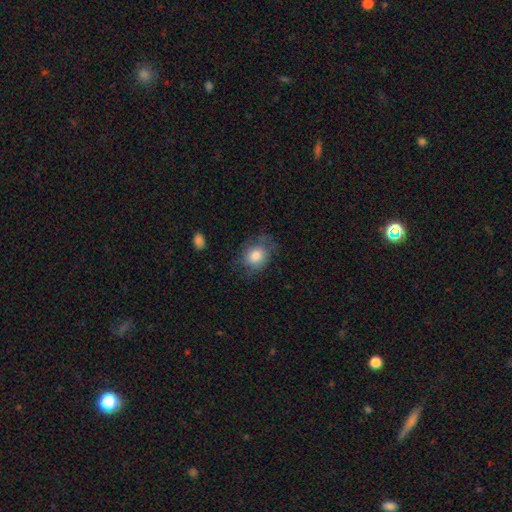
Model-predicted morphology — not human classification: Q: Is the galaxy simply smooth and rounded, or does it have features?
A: smooth — 76%.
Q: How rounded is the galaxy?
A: in between — 55%.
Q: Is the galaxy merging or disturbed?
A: none — 63%.